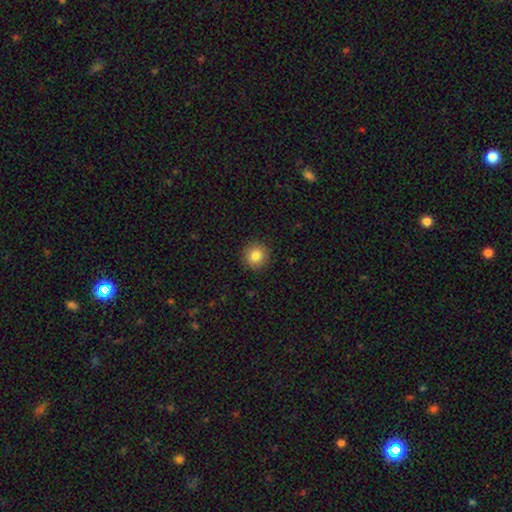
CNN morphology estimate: Overall: smooth (83%). How rounded: round (93%). Merging: none (92%).